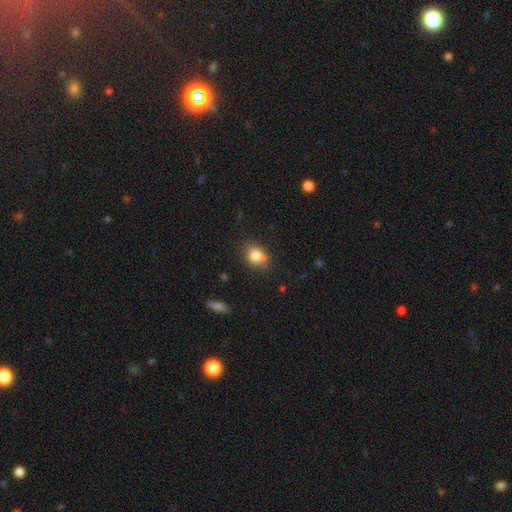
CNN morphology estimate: smooth-or-featured: smooth: 82% | star or artifact: 10% | featured or disk: 8%
  how-rounded: in between: 54% | round: 45% | cigar-shaped: 1%
  merging: none: 73% | minor disturbance: 19% | major disturbance: 4% | merger: 4%